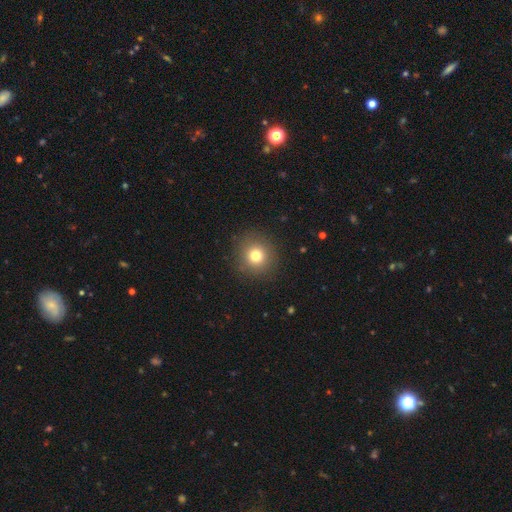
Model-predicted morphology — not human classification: A smooth galaxy with no disk features (78%) that is round (92%). Merging: none (90%).